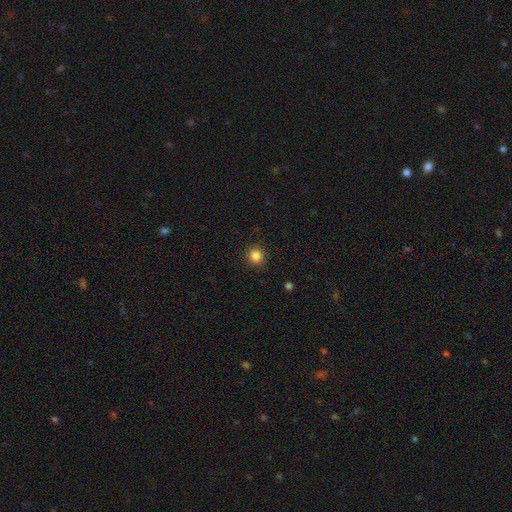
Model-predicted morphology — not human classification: Overall: smooth (84%). How rounded: round (92%). Merging: none (91%).